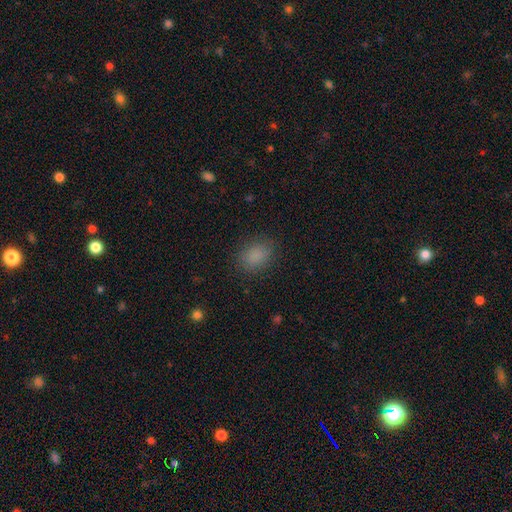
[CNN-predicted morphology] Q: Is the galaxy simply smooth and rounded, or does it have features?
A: smooth — 85%.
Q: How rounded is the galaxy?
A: in between — 68%.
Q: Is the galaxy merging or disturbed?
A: none — 84%.